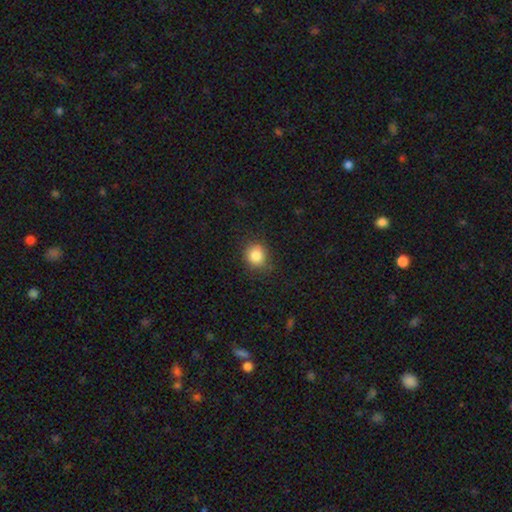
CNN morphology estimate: smooth 84%, star or artifact 10%, featured or disk 6%. Down the decision tree: how rounded — round (85%); merging — none (83%).